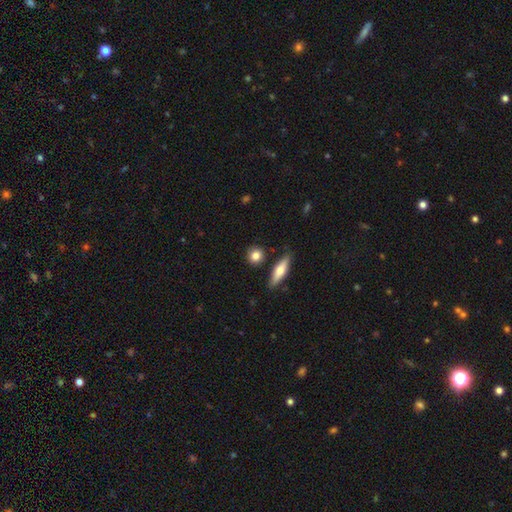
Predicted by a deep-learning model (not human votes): The model was most divided on "how rounded": round: 75%, in between: 18%, cigar-shaped: 7%. More confident: merging — none (82%); smooth or featured — smooth (81%).